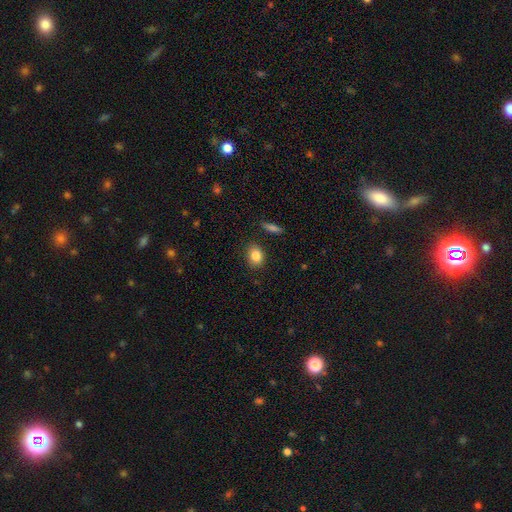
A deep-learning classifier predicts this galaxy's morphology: smooth-or-featured: smooth: 83% | star or artifact: 9% | featured or disk: 8%
  how-rounded: in between: 65% | round: 33% | cigar-shaped: 2%
  merging: none: 87% | minor disturbance: 9% | major disturbance: 2% | merger: 2%